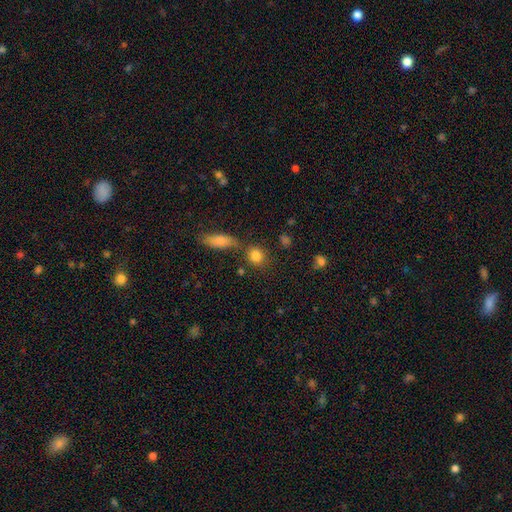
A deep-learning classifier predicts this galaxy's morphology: type=smooth (83%); roundness=round (71%); merging=none (72%).